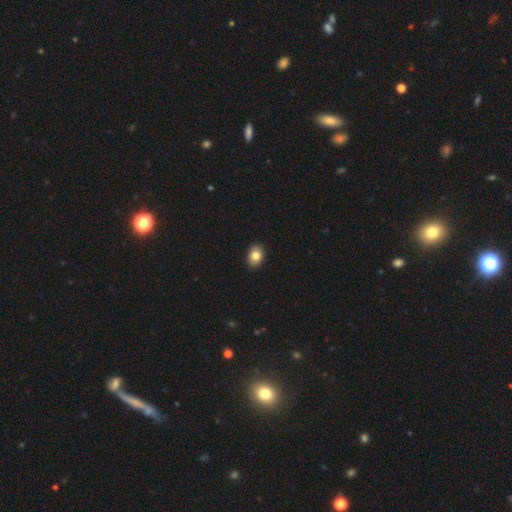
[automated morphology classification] smooth-or-featured: smooth: 83% | star or artifact: 9% | featured or disk: 8%
  how-rounded: in between: 72% | round: 27% | cigar-shaped: 1%
  merging: none: 89% | minor disturbance: 8% | major disturbance: 2% | merger: 1%